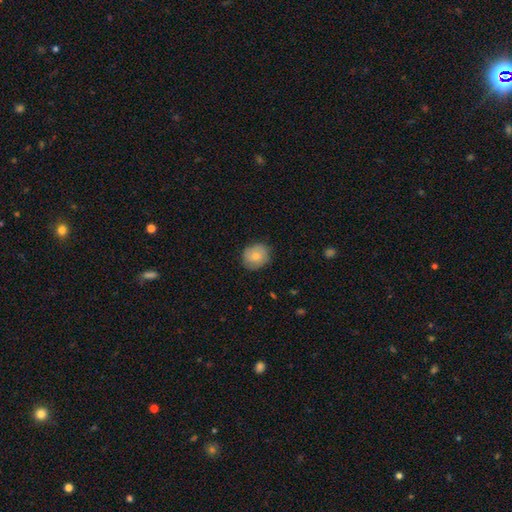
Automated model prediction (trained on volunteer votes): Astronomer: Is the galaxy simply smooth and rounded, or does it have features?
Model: smooth — 76%.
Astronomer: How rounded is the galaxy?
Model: round — 76%.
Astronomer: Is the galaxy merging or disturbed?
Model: none — 80%.